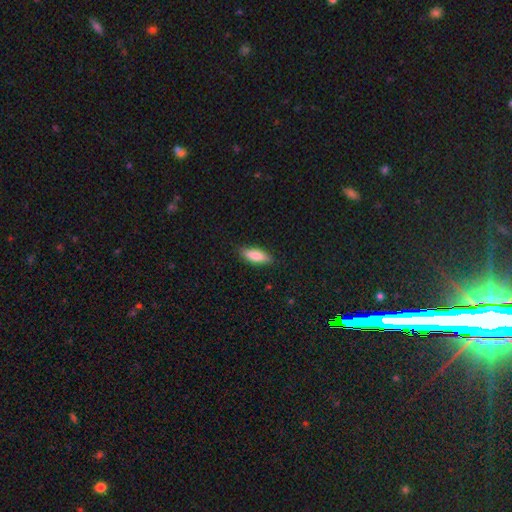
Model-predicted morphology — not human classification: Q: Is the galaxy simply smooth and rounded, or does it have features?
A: smooth — 82%.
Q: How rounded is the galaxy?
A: in between — 64%.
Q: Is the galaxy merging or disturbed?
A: none — 85%.